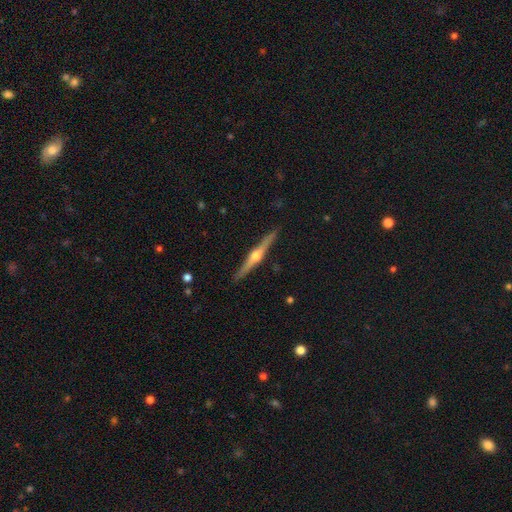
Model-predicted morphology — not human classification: Smooth or featured? featured or disk (82%)
Edge-on disk? yes (98%)
Edge-on bulge? rounded (95%)
Merging? none (92%)